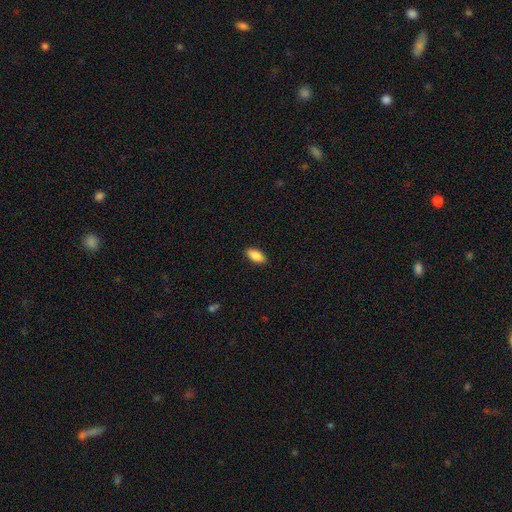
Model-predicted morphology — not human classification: The model was most divided on "merging": none: 89%, minor disturbance: 8%, major disturbance: 2%, merger: 1%. More confident: how rounded — in between (91%); smooth or featured — smooth (89%).